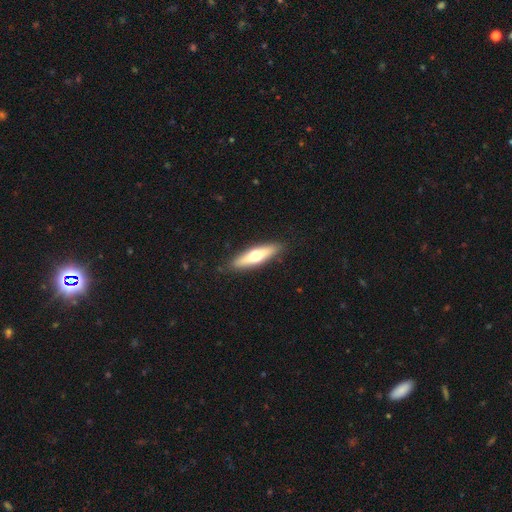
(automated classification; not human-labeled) Overall: featured or disk (49%; smooth 46%). Merging: none (89%).